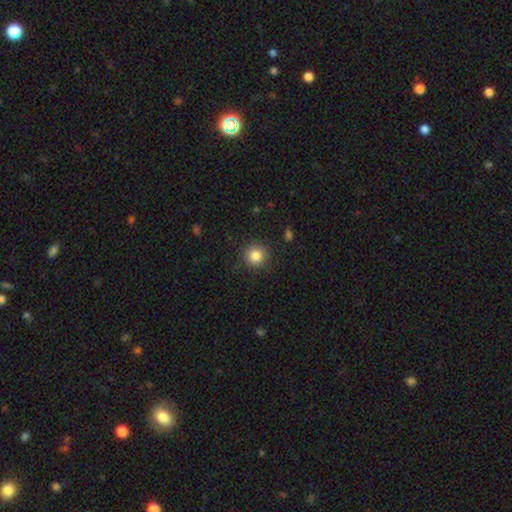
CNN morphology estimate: The model was most divided on "smooth or featured": smooth: 83%, star or artifact: 11%, featured or disk: 6%. More confident: how rounded — round (93%); merging — none (89%).